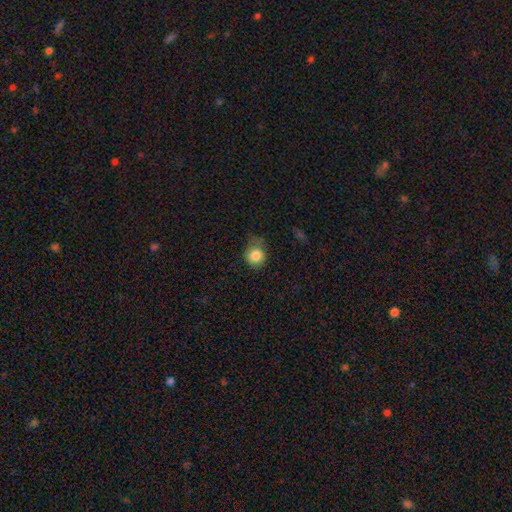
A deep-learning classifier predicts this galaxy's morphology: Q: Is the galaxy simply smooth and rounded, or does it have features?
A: smooth — 83%.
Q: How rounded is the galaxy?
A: round — 79%.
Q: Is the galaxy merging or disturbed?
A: none — 52%.